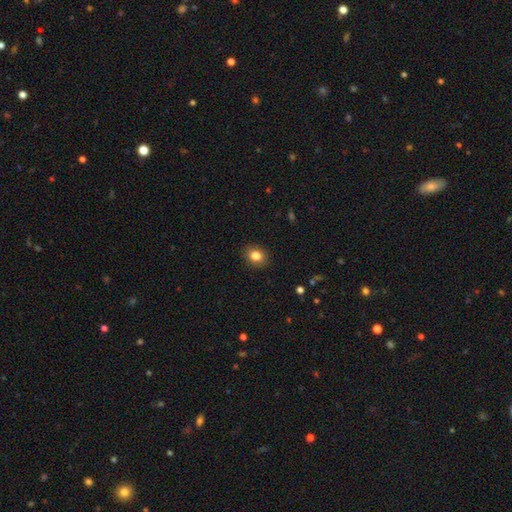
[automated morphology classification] Smooth or featured? Predicted: smooth (p=0.83). How rounded? Predicted: round (p=0.53). Merging? Predicted: none (p=0.89).